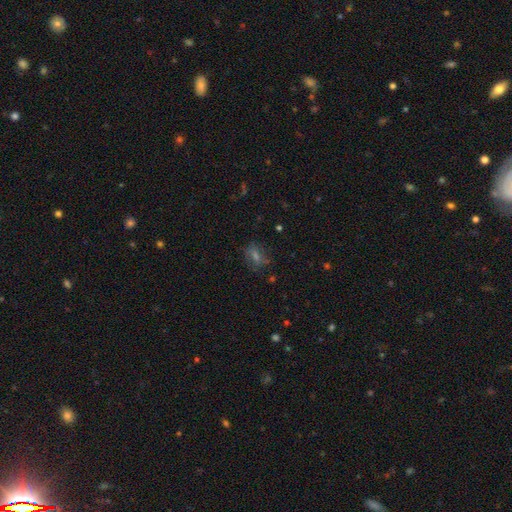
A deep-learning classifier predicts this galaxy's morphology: Smooth or featured? smooth (41%)
Merging? none (71%)